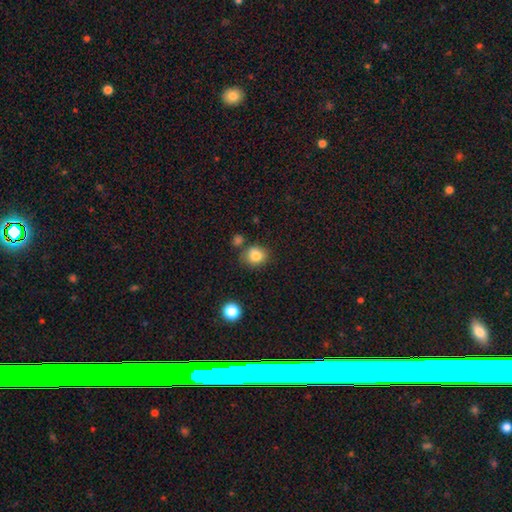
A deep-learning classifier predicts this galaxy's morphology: A smooth galaxy with no disk features (84%) that is round (73%).

Vote fractions:
- Smooth or featured? smooth: 84% / star or artifact: 10% / featured or disk: 6%
- How rounded? round: 73% / in between: 26% / cigar-shaped: 1%
- Merging? none: 72% / minor disturbance: 16% / merger: 8% / major disturbance: 4%